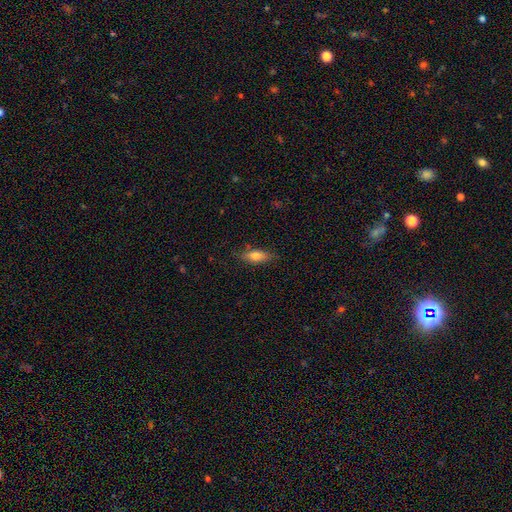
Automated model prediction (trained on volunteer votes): This is likely a smooth galaxy (73%). How rounded: likely in between (63%). Merging: likely none (79%).